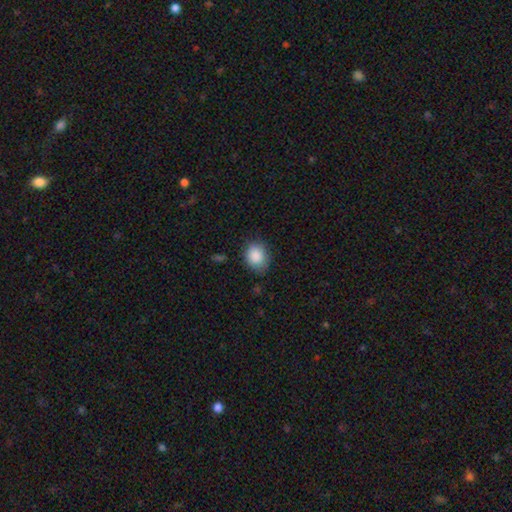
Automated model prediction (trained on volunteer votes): This appears to be a smooth galaxy with no disk features (88%) that is round (51%). Merging: none (75%).